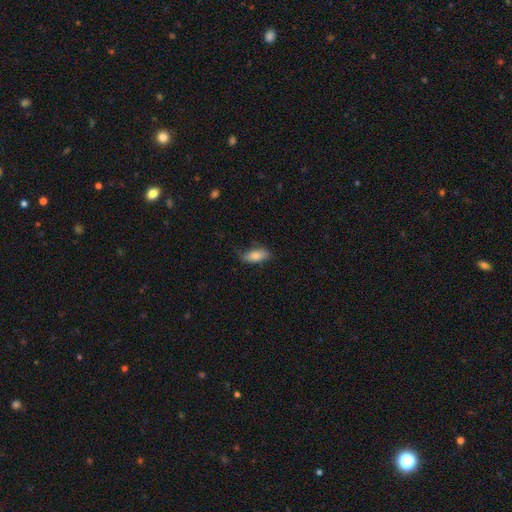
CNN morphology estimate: smooth-or-featured: smooth: 82% | featured or disk: 11% | star or artifact: 7%
  how-rounded: in between: 84% | cigar-shaped: 14% | round: 2%
  merging: none: 70% | minor disturbance: 24% | major disturbance: 5% | merger: 1%